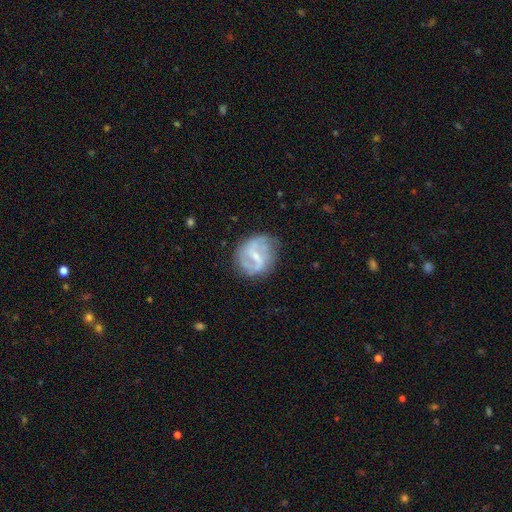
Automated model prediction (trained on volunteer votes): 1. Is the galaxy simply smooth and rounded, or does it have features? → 77% featured or disk, 17% smooth, 6% star or artifact.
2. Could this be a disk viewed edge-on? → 97% no, 3% yes.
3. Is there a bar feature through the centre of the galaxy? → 50% weak, 34% strong, 16% no.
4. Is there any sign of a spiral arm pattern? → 83% yes, 17% no.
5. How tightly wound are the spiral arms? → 41% medium, 39% loose, 20% tight.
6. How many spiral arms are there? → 75% 2, 14% can't tell, 5% 1, 4% 3, 2% 4, 1% more than 4.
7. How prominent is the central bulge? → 63% small, 29% moderate, 5% none, 1% large, 1% dominant.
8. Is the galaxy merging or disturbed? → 69% none, 20% minor disturbance, 9% major disturbance, 2% merger.